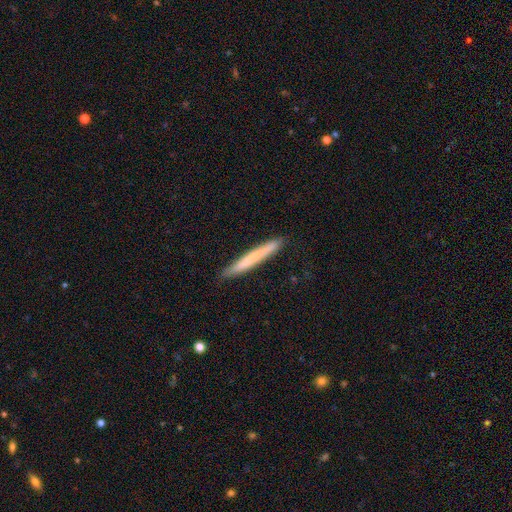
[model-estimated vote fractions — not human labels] A smooth galaxy with no disk features (68%) that is cigar-shaped (97%).

Vote fractions:
- Smooth or featured? smooth: 68% / featured or disk: 27% / star or artifact: 6%
- How rounded? cigar-shaped: 97% / in between: 2% / round: 1%
- Merging? none: 89% / minor disturbance: 9% / major disturbance: 1% / merger: 1%